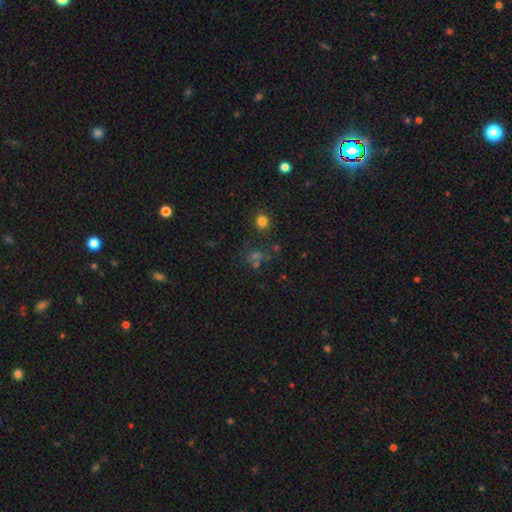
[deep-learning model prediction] Smooth or featured? Predicted: star or artifact (p=0.48).